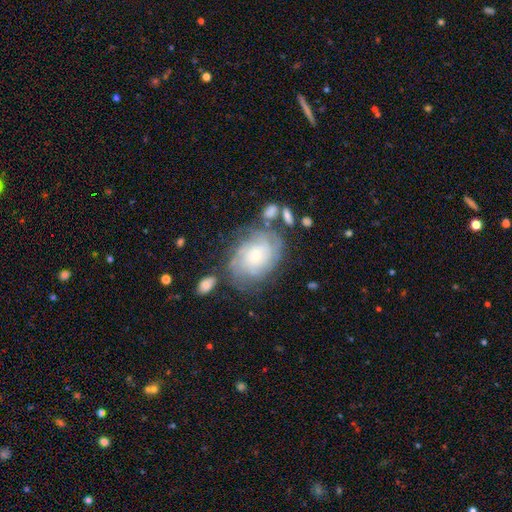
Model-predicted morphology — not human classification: Smooth or featured? Predicted: featured or disk (p=0.67). Edge-on disk? Predicted: no (p=0.96). Bar? Predicted: no (p=0.76). Spiral arms? Predicted: yes (p=0.84). Spiral winding? Predicted: tight (p=0.67). Spiral arm count? Predicted: can't tell (p=0.57). Bulge size? Predicted: small (p=0.59). Merging? Predicted: none (p=0.61).